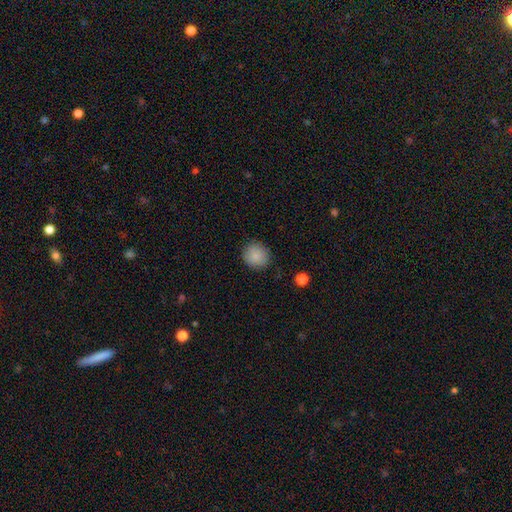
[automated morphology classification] A smooth galaxy with no disk features (86%) that is round (85%). Merging: none (87%).